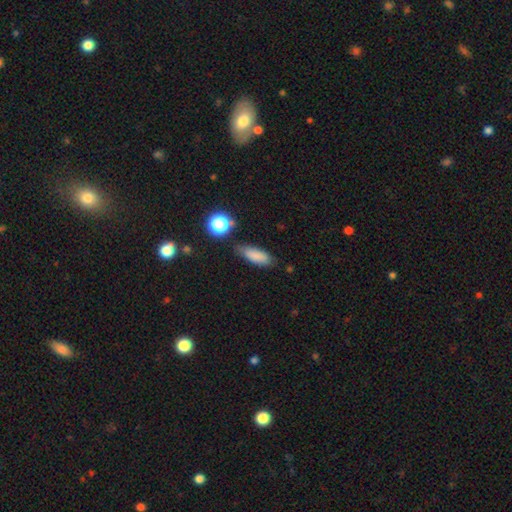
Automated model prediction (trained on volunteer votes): smooth-or-featured: smooth: 82% | star or artifact: 10% | featured or disk: 8%
  how-rounded: in between: 65% | cigar-shaped: 31% | round: 4%
  merging: none: 72% | minor disturbance: 19% | major disturbance: 5% | merger: 4%